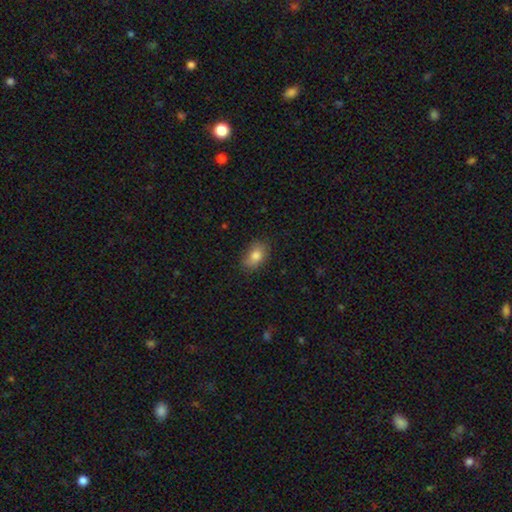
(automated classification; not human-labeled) smooth-or-featured: smooth: 82% | featured or disk: 9% | star or artifact: 8%
  how-rounded: in between: 83% | round: 15% | cigar-shaped: 2%
  merging: none: 77% | minor disturbance: 18% | major disturbance: 4% | merger: 1%